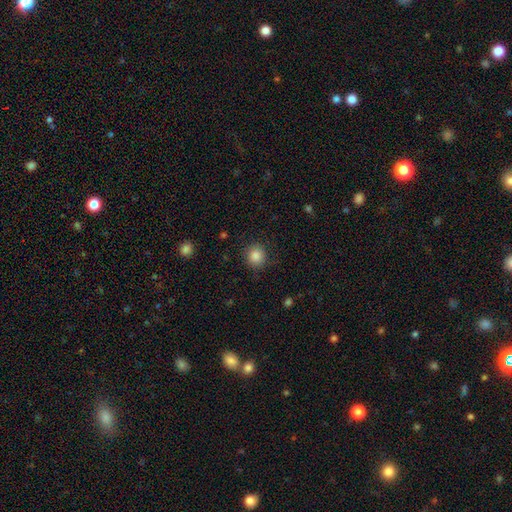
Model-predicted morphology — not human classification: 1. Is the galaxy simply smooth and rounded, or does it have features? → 86% smooth, 10% star or artifact, 4% featured or disk.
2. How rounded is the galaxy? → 89% round, 10% in between, 1% cigar-shaped.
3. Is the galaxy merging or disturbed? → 86% none, 10% minor disturbance, 3% major disturbance, 1% merger.